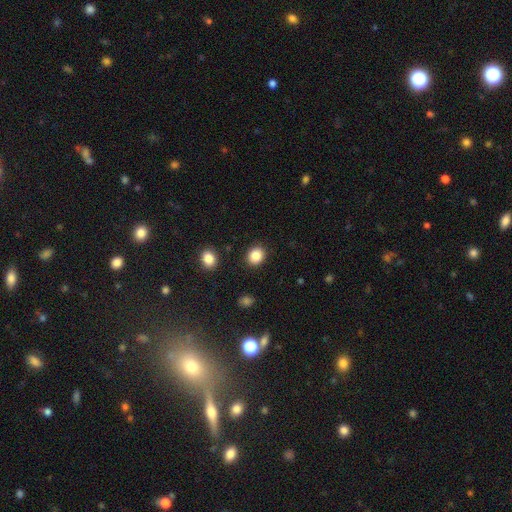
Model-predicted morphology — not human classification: Smooth or featured? smooth (86%)
How rounded? round (68%)
Merging? none (89%)